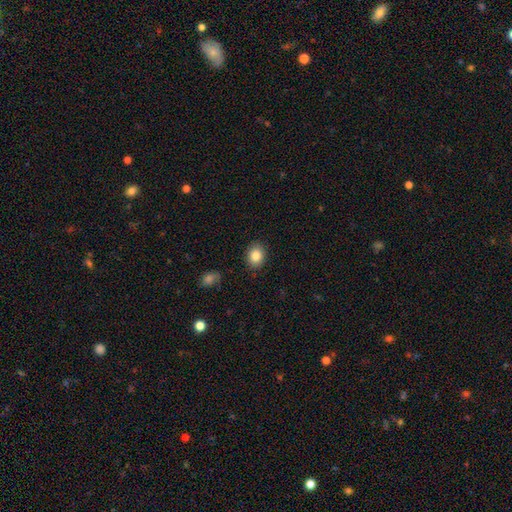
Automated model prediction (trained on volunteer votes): A smooth galaxy with no disk features (85%) that is in between round and cigar-shaped (53%).

Vote fractions:
- Smooth or featured? smooth: 85% / star or artifact: 9% / featured or disk: 6%
- How rounded? in between: 53% / round: 46% / cigar-shaped: 1%
- Merging? none: 88% / minor disturbance: 8% / major disturbance: 2% / merger: 1%